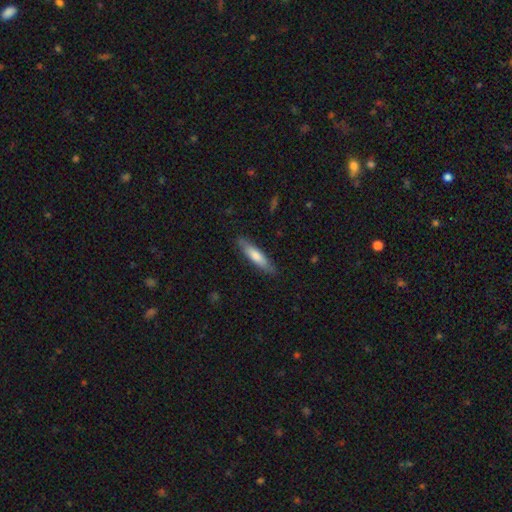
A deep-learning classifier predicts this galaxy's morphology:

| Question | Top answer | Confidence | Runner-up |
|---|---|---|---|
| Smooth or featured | smooth | 69% | featured or disk (25%) |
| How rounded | cigar-shaped | 73% | in between (25%) |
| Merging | none | 83% | minor disturbance (13%) |